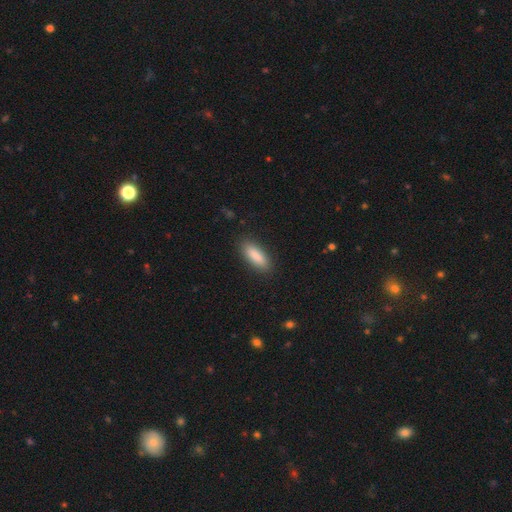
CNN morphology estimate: This is clearly a smooth galaxy (88%). How rounded: likely in between (63%). Merging: clearly none (87%).